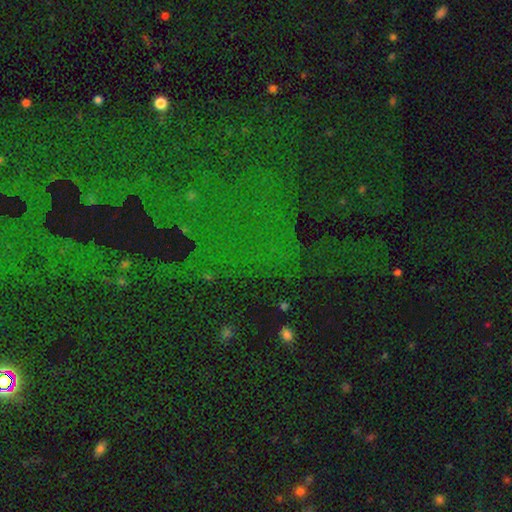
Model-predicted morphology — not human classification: type=star or artifact (78%).